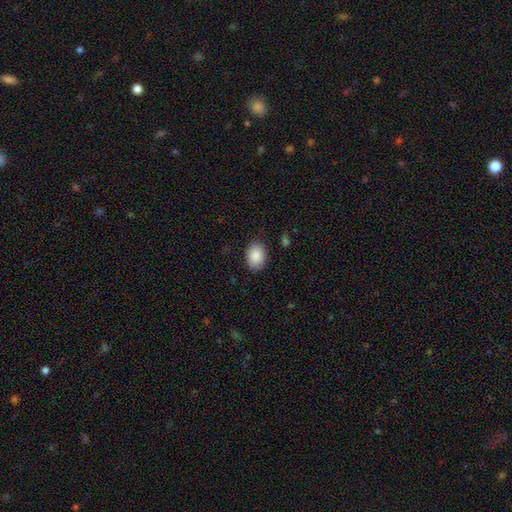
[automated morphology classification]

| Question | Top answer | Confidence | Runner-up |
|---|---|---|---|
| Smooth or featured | smooth | 89% | star or artifact (7%) |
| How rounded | in between | 78% | round (21%) |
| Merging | none | 86% | minor disturbance (11%) |